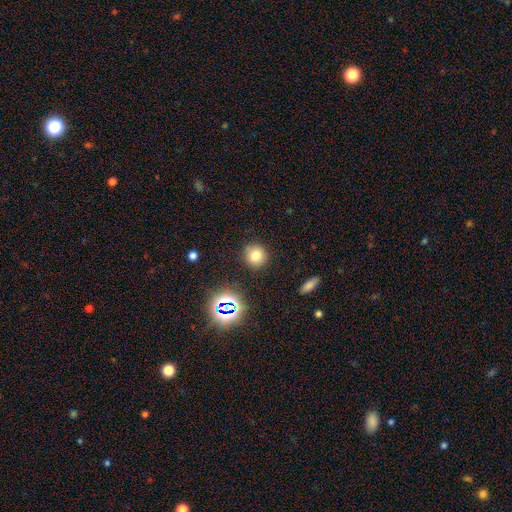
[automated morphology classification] A smooth galaxy with no disk features (75%) that is round (89%). Merging: none (85%).